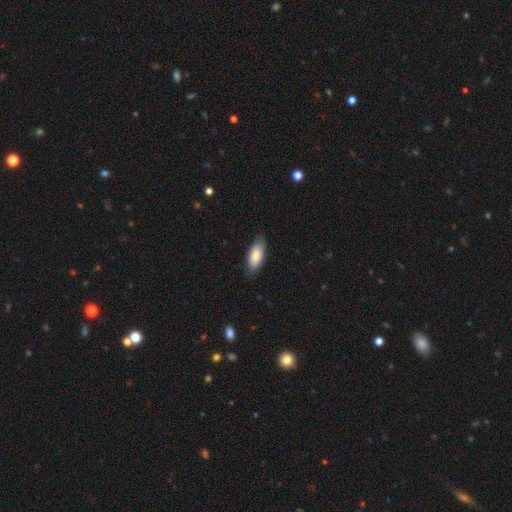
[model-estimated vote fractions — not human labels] The model was most divided on "merging": none: 82%, minor disturbance: 15%, major disturbance: 3%, merger: 1%. More confident: smooth or featured — smooth (83%); how rounded — in between (83%).